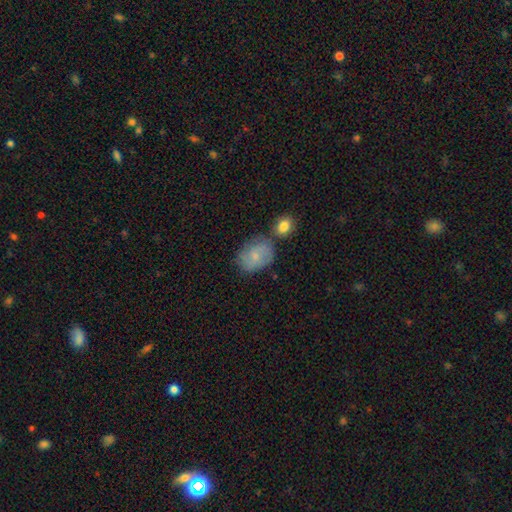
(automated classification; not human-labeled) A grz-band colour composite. It shows a smooth galaxy with no disk features (66%) that is in between round and cigar-shaped (66%). Merging: none (55%).